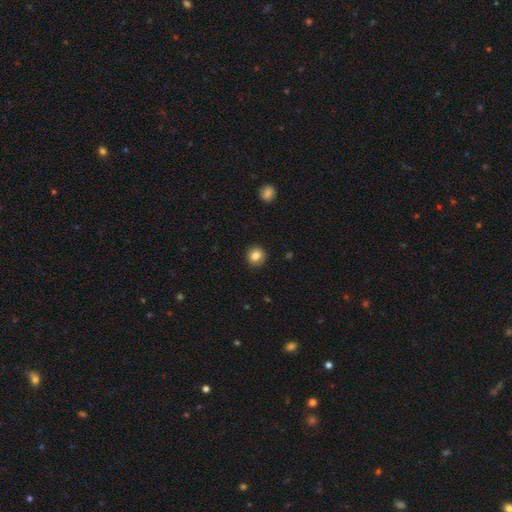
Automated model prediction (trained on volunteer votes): A smooth galaxy with no disk features (84%) that is round (90%). Merging: none (92%).